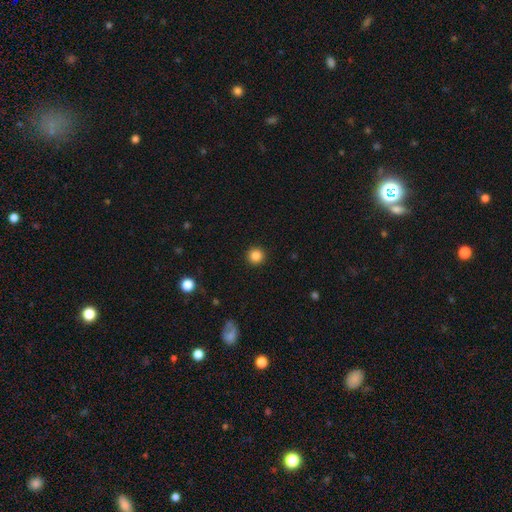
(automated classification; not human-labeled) smooth_or_featured: smooth (p=0.85) [alt: star or artifact p=0.11]
how_rounded: round (p=0.96) [alt: in between p=0.03]
merging: none (p=0.93) [alt: minor disturbance p=0.04]